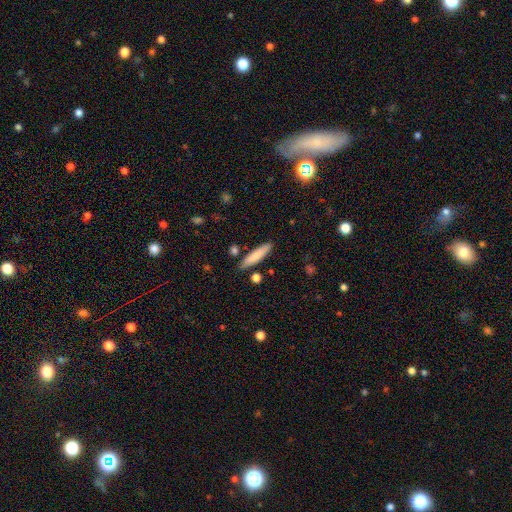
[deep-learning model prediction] Smooth or featured? smooth (79%)
How rounded? cigar-shaped (80%)
Merging? none (83%)